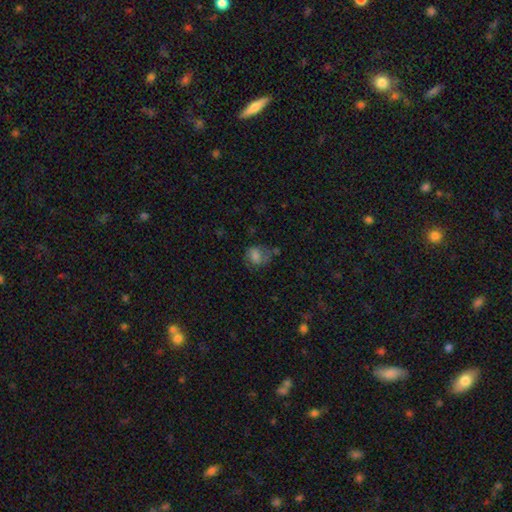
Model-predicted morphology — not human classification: type=smooth (62%); roundness=round (59%); merging=none (47%).